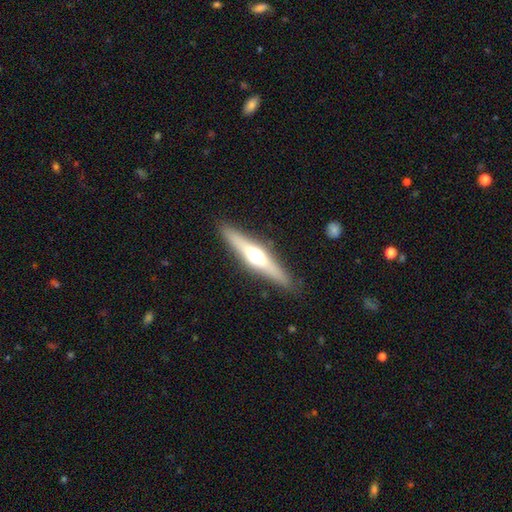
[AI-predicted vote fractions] The model was most divided on "smooth or featured": featured or disk: 63%, smooth: 31%, star or artifact: 6%. More confident: edge-on disk — yes (94%); edge-on bulge — rounded (93%); merging — none (89%).